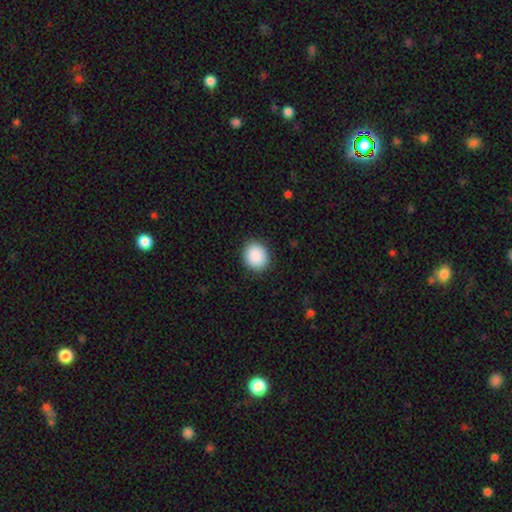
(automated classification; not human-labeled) Morphology: type=smooth (90%); roundness=round (73%); merging=none (90%).